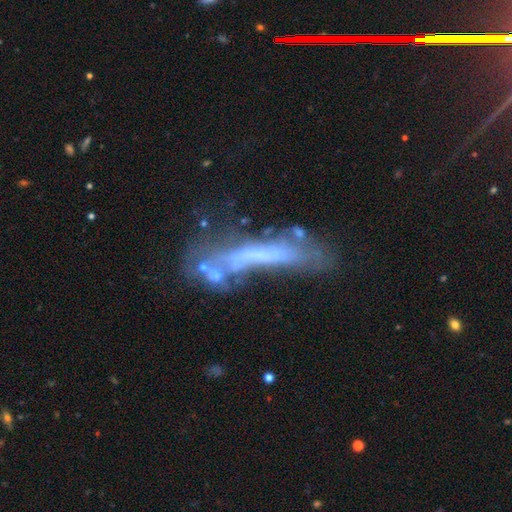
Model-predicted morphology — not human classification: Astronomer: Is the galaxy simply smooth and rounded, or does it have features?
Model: featured or disk — 55% (runner-up: smooth, 31%).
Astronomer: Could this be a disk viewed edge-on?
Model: no — 54% (runner-up: yes, 46%).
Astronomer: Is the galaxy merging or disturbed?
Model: none — 32% (runner-up: major disturbance, 27%).